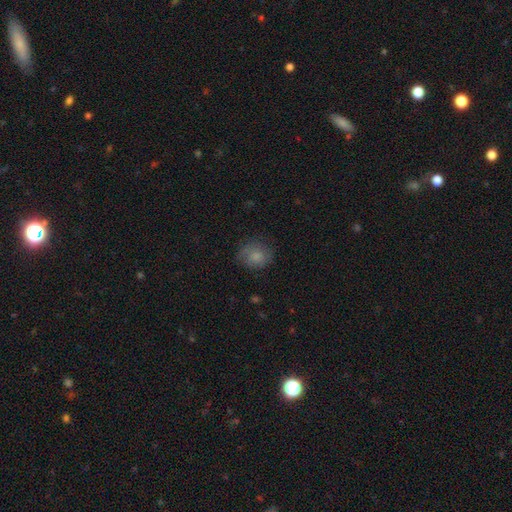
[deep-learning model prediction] This is likely a smooth galaxy (76%). How rounded: likely round (72%). Merging: likely none (68%).